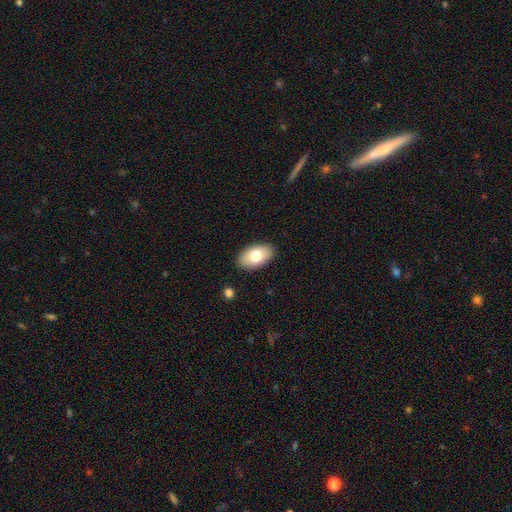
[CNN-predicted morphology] Smooth or featured?
  - smooth: 76% *
  - featured or disk: 18%
  - star or artifact: 7%
How rounded?
  - in between: 93% *
  - round: 5%
  - cigar-shaped: 1%
Merging?
  - none: 88% *
  - minor disturbance: 8%
  - major disturbance: 2%
  - merger: 1%